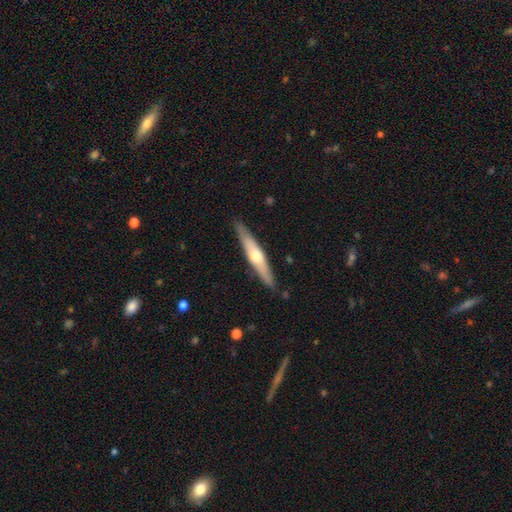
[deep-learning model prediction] smooth-or-featured: featured or disk: 59% | smooth: 36% | star or artifact: 5%
  disk-edge-on: yes: 93% | no: 7%
    edge-on-bulge: rounded: 87% | none: 8% | boxy: 5%
  merging: none: 88% | minor disturbance: 9% | major disturbance: 2% | merger: 1%